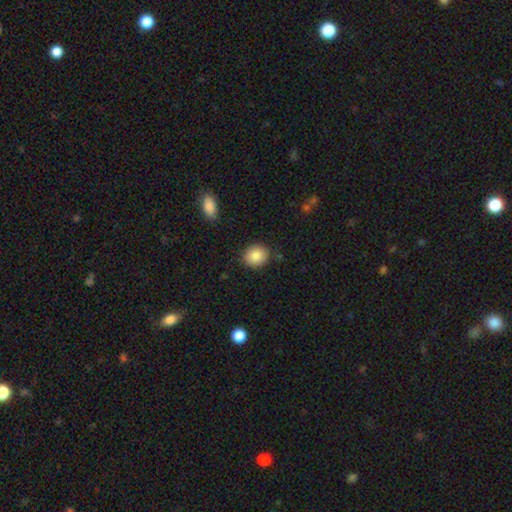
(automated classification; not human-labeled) A smooth galaxy with no disk features (87%) that is round (78%). Merging: none (87%).